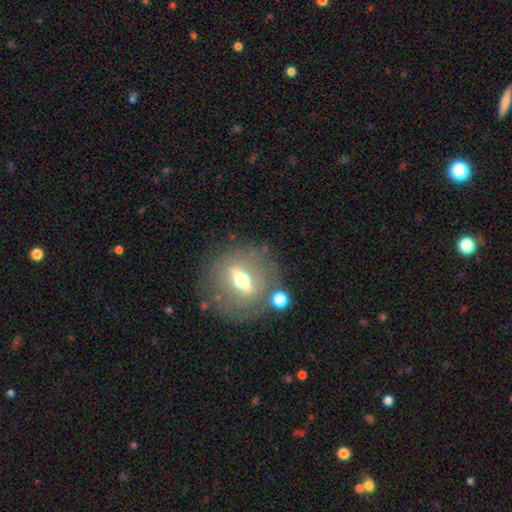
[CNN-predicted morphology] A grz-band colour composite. It shows a featured or disk galaxy (59%). Merging: none (78%).